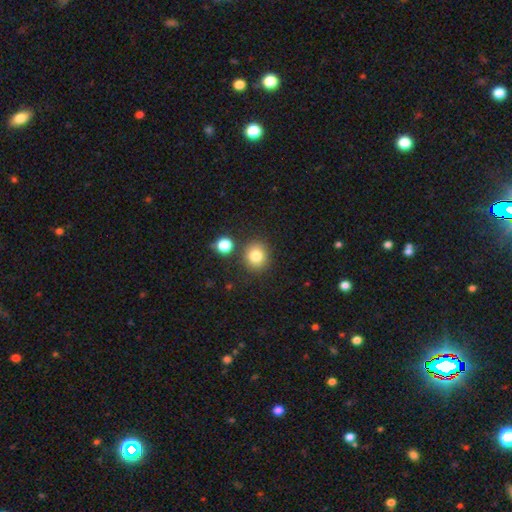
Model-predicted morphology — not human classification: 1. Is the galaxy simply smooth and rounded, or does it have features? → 82% smooth, 12% star or artifact, 7% featured or disk.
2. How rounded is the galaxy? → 84% round, 15% in between, 1% cigar-shaped.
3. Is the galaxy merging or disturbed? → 82% none, 8% minor disturbance, 8% merger, 3% major disturbance.